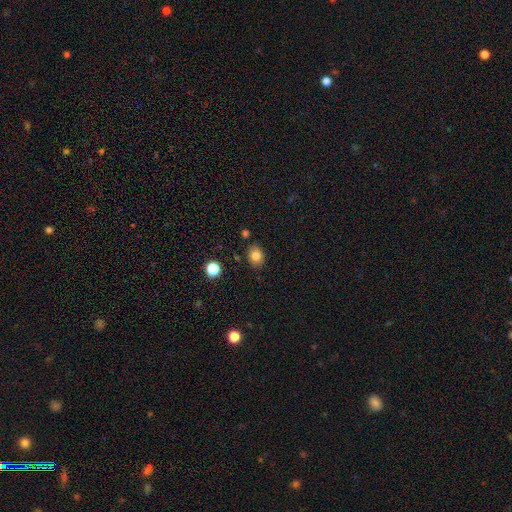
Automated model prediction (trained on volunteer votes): smooth_or_featured: smooth (p=0.79) [alt: star or artifact p=0.12]
how_rounded: round (p=0.51) [alt: in between p=0.48]
merging: none (p=0.84) [alt: minor disturbance p=0.11]